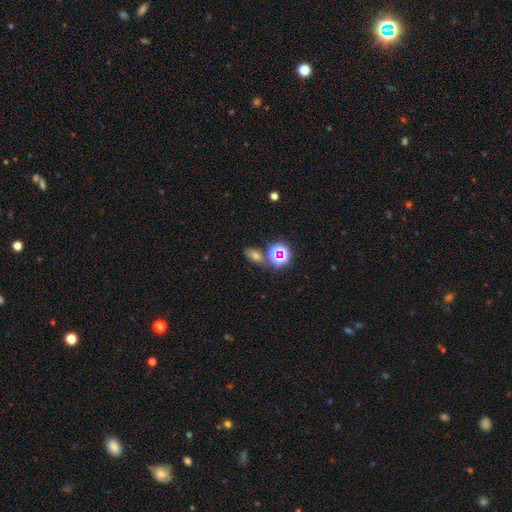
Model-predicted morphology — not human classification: This is marginally a star or artifact rather than a galaxy (44%).